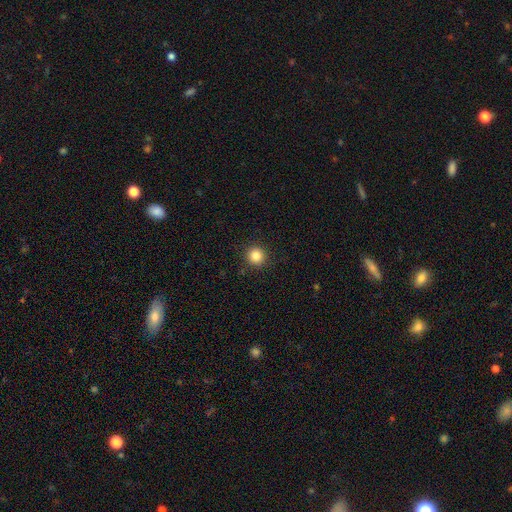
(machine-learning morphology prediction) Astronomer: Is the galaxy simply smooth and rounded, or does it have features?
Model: smooth — 85%.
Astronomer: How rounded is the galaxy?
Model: round — 94%.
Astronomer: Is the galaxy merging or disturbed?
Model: none — 92%.